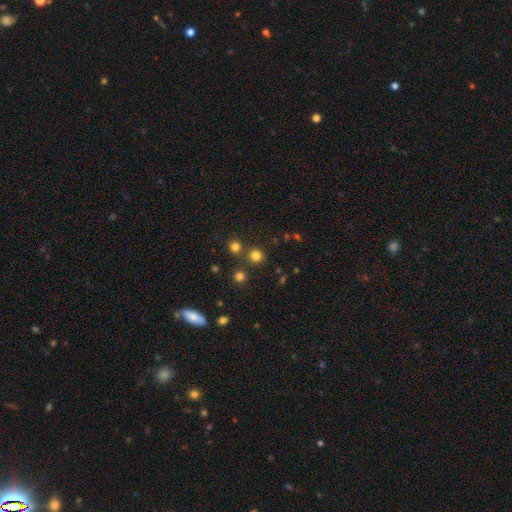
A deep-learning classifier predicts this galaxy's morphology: A smooth galaxy with no disk features (78%) that is round (91%). Merging: none (79%).